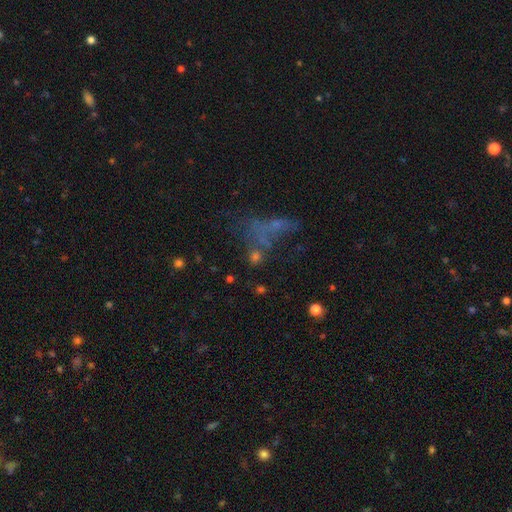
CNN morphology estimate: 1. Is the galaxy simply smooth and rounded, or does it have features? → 44% smooth, 31% star or artifact, 25% featured or disk.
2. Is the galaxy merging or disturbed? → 34% none, 28% major disturbance, 26% merger, 13% minor disturbance.